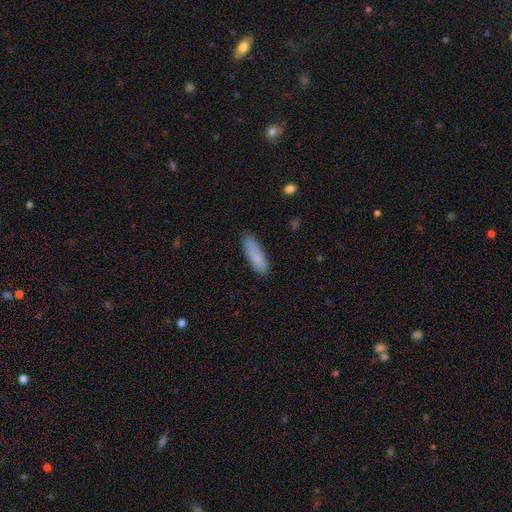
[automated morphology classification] This appears to be a smooth galaxy with no disk features (86%) that is cigar-shaped (58%). Merging: none (84%).